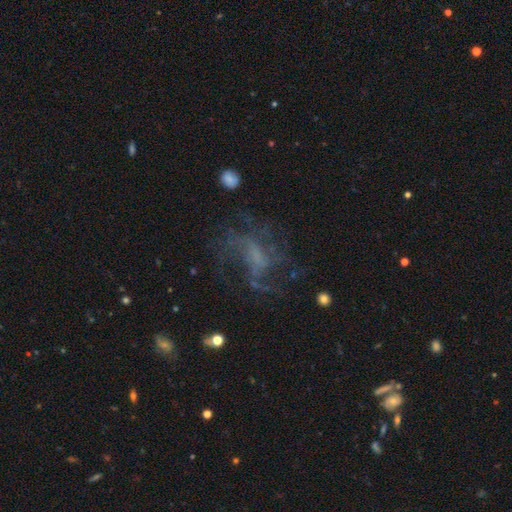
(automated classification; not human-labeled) Overall: featured or disk (64%). Edge-on disk: no (96%). Bar: no (53%; weak 37%). Spiral arms: yes (74%). Bulge size: none (51%; small 23%). Merging: none (54%; major disturbance 28%).